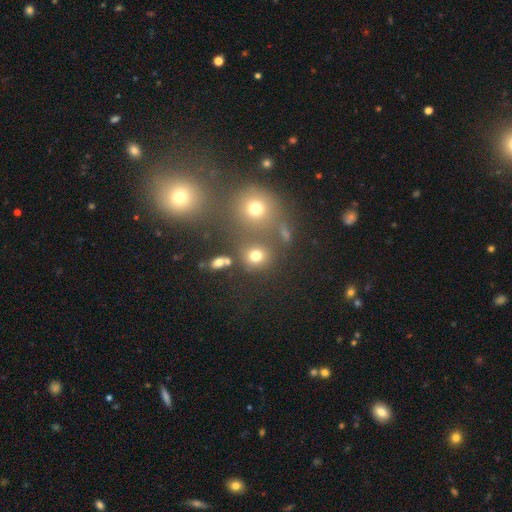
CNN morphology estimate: smooth 72%, star or artifact 19%, featured or disk 9%. Down the decision tree: how rounded — round (82%); merging — none (67%).